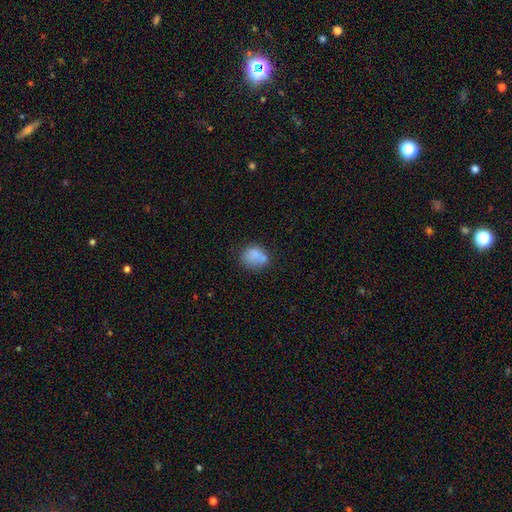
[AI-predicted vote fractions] Q: Smooth or featured?
A: smooth (79%); runner-up: featured or disk (12%)
Q: How rounded?
A: round (60%); runner-up: in between (39%)
Q: Merging?
A: none (50%); runner-up: minor disturbance (22%)